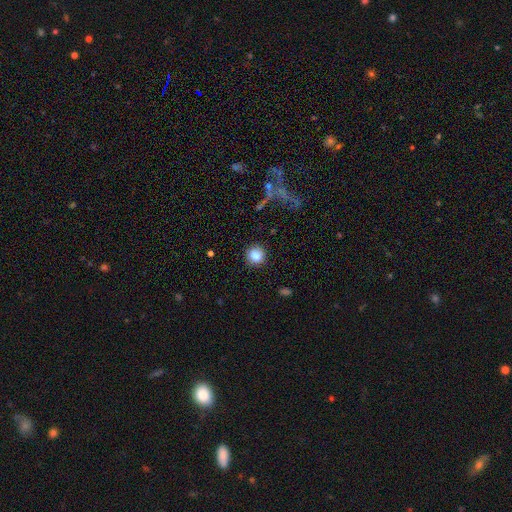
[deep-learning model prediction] Smooth or featured? smooth (85%)
How rounded? round (87%)
Merging? none (85%)